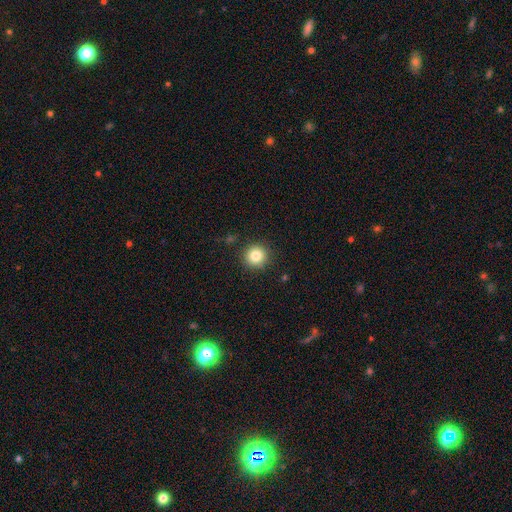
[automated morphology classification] The model was most divided on "smooth or featured": smooth: 84%, star or artifact: 10%, featured or disk: 6%. More confident: how rounded — round (94%); merging — none (90%).